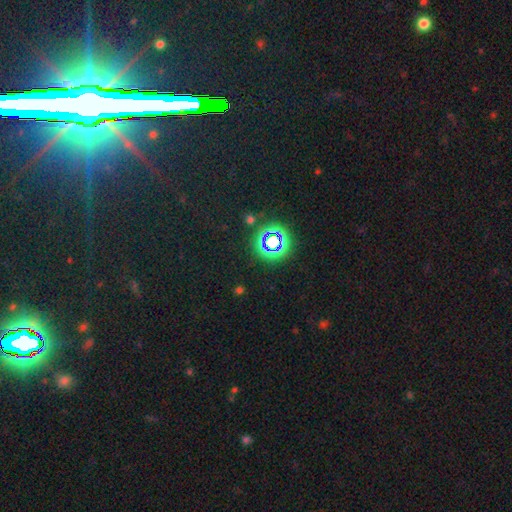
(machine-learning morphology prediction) type=star or artifact (68%).